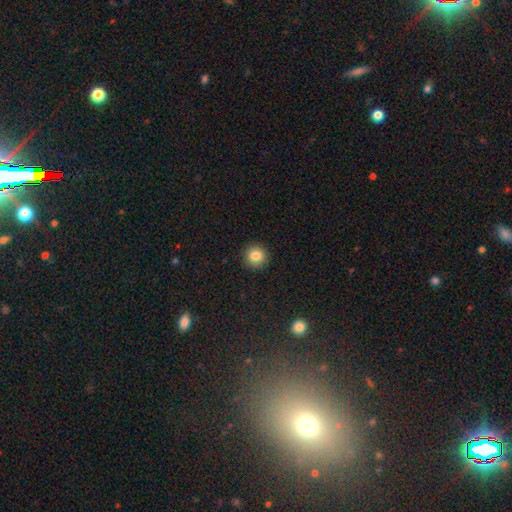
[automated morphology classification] This appears to be a smooth galaxy with no disk features (84%) that is round (93%). Merging: none (92%).